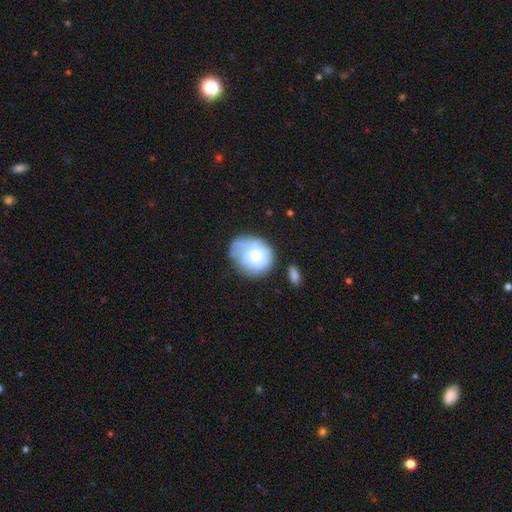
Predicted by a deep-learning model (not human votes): smooth-or-featured: smooth: 54% | featured or disk: 38% | star or artifact: 8%
  how-rounded: round: 64% | in between: 35% | cigar-shaped: 1%
  merging: none: 44% | minor disturbance: 30% | major disturbance: 18% | merger: 8%